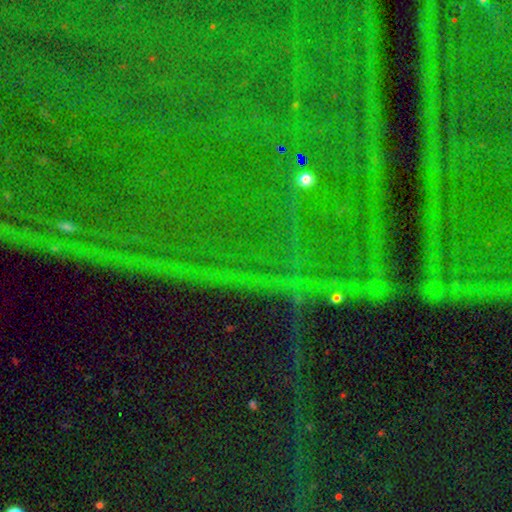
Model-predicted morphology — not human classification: A star or artifact, not a galaxy (85%).

Vote fractions:
- Smooth or featured? star or artifact: 85% / featured or disk: 8% / smooth: 7%